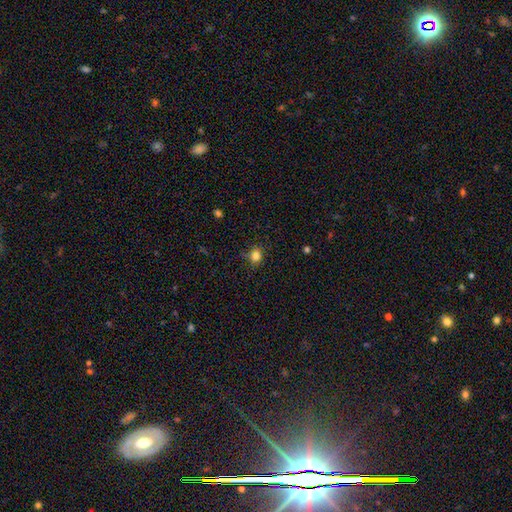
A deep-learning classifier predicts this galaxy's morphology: Smooth or featured? Predicted: smooth (p=0.81). How rounded? Predicted: round (p=0.64). Merging? Predicted: none (p=0.79).